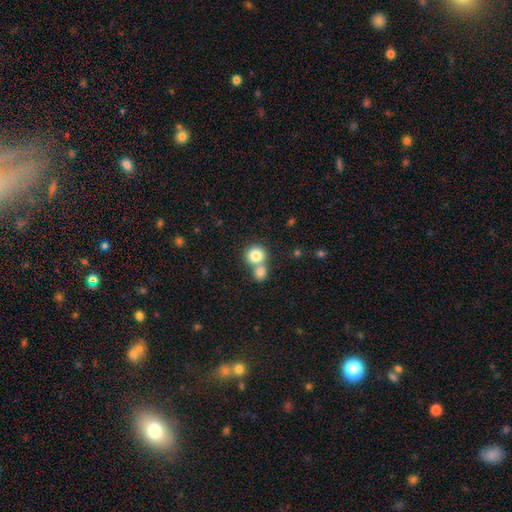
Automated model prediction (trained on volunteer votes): Q: Smooth or featured?
A: smooth (82%); runner-up: star or artifact (9%)
Q: How rounded?
A: round (87%); runner-up: in between (12%)
Q: Merging?
A: merger (51%); runner-up: none (41%)